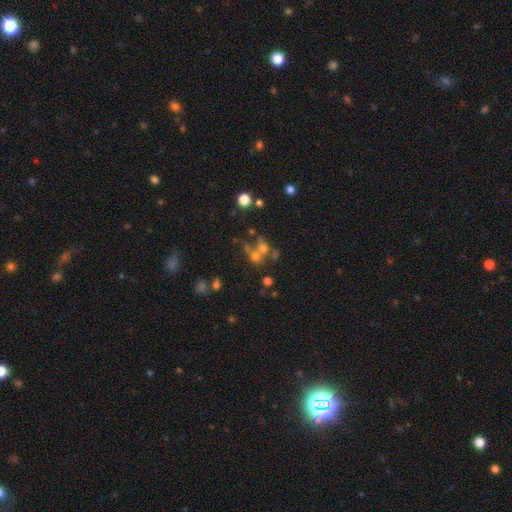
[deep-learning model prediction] Smooth or featured? smooth (53%)
How rounded? round (79%)
Merging? merger (46%)